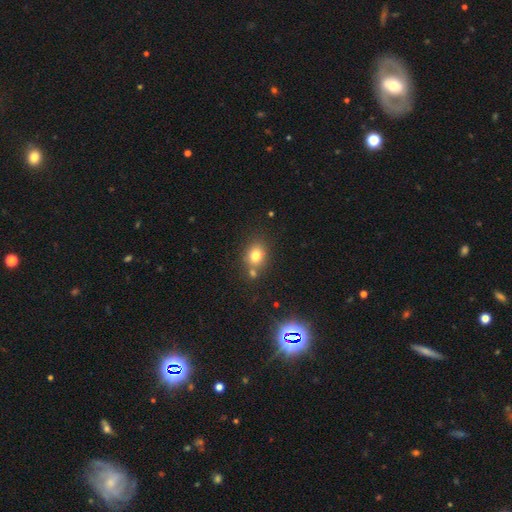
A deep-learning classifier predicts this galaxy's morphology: This appears to be a smooth galaxy with no disk features (76%) that is round (58%). Merging: none (66%).